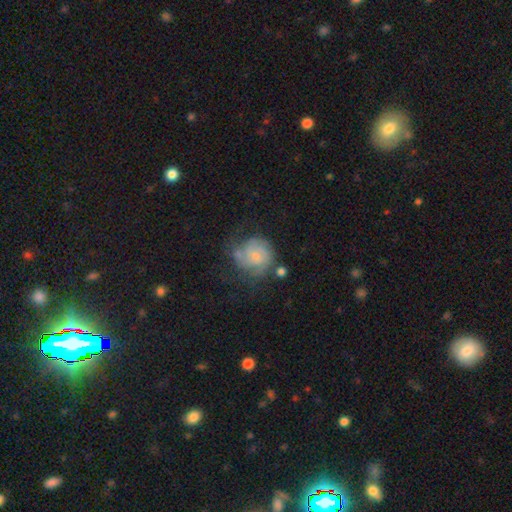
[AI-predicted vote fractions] Q: Smooth or featured?
A: featured or disk (67%); runner-up: smooth (26%)
Q: Edge-on disk?
A: no (98%); runner-up: yes (2%)
Q: Bar?
A: no (69%); runner-up: weak (27%)
Q: Spiral arms?
A: yes (88%); runner-up: no (12%)
Q: Spiral winding?
A: tight (58%); runner-up: medium (32%)
Q: Spiral arm count?
A: can't tell (35%); runner-up: 2 (25%)
Q: Bulge size?
A: small (67%); runner-up: moderate (24%)
Q: Merging?
A: none (50%); runner-up: minor disturbance (24%)